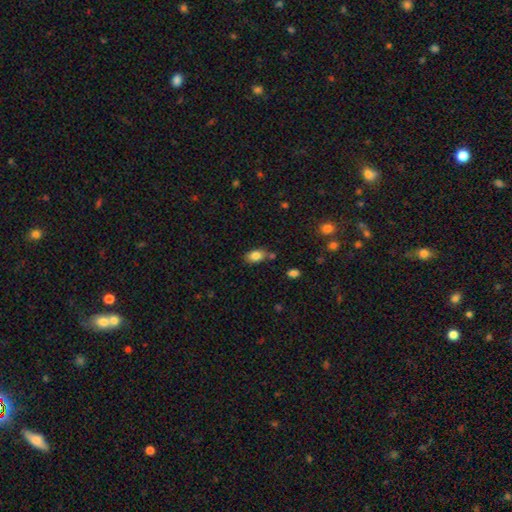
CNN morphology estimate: Smooth or featured: smooth — 83% (star or artifact — 9%)
How rounded: in between — 88% (round — 10%)
Merging: none — 72% (minor disturbance — 16%)